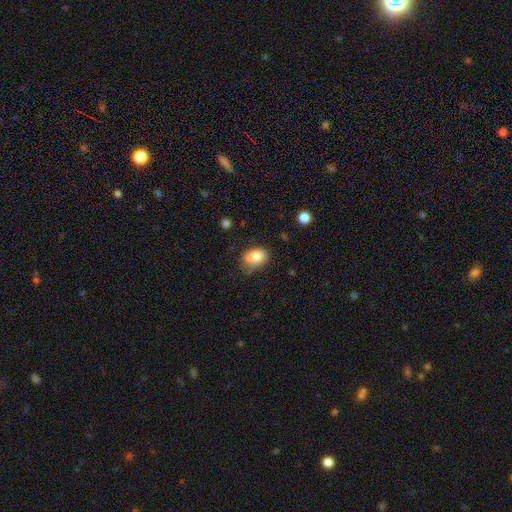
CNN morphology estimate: Smooth or featured: smooth — 82% (featured or disk — 10%)
How rounded: in between — 64% (round — 35%)
Merging: none — 59% (minor disturbance — 30%)